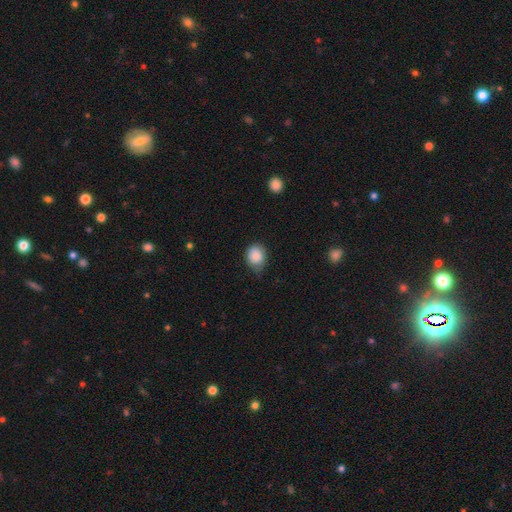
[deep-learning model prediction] The model was most divided on "how rounded": round: 65%, in between: 34%, cigar-shaped: 1%. More confident: smooth or featured — smooth (87%); merging — none (63%).